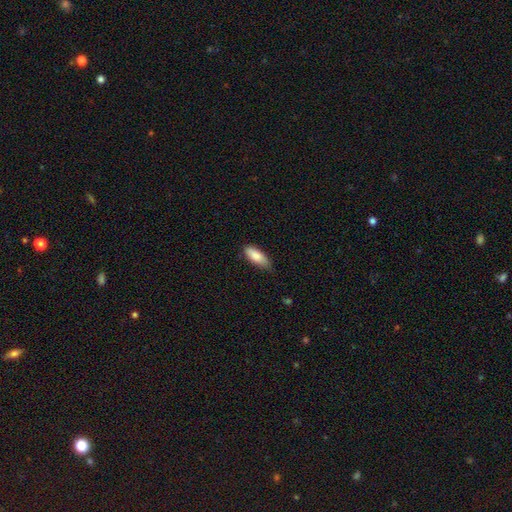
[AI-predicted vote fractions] Smooth or featured: smooth — 85% (featured or disk — 8%)
How rounded: in between — 76% (cigar-shaped — 22%)
Merging: none — 68% (minor disturbance — 27%)